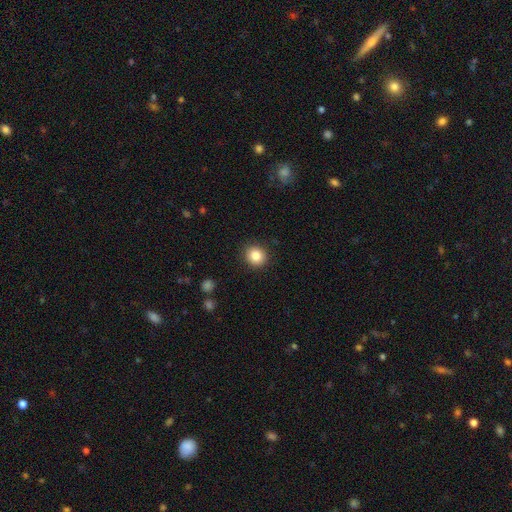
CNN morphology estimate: A smooth galaxy with no disk features (85%) that is round (87%). Merging: none (90%).